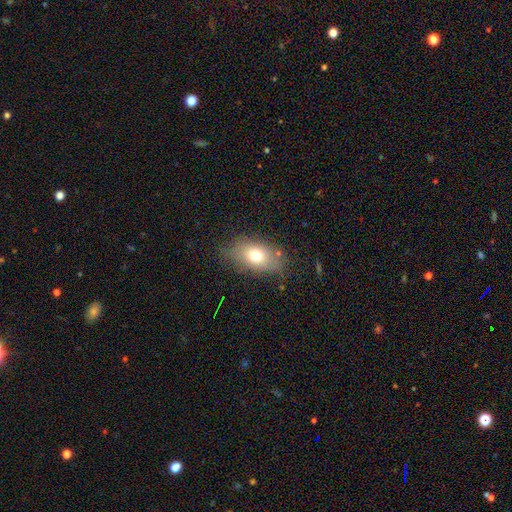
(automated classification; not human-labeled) A smooth galaxy with no disk features (71%) that is in between round and cigar-shaped (84%). Merging: none (75%).